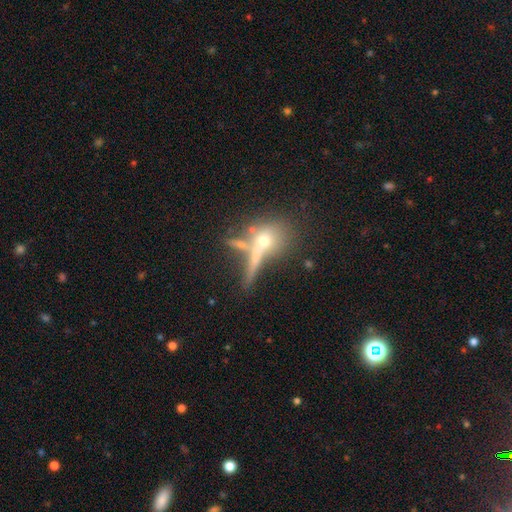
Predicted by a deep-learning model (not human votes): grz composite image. It shows a smooth galaxy with no disk features (53%) that is round (54%). Merging: none (46%).